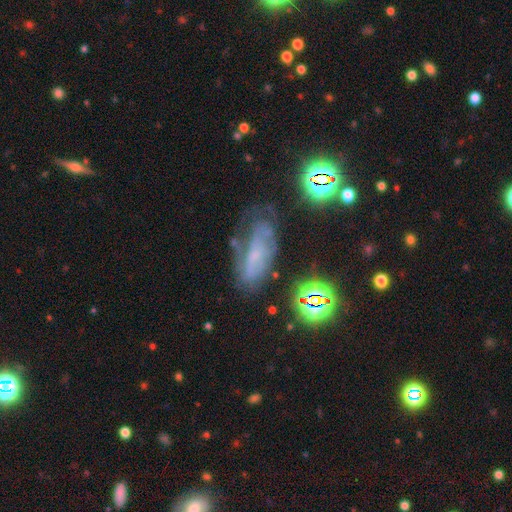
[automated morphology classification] smooth-or-featured: featured or disk: 50% | smooth: 29% | star or artifact: 21%
  disk-edge-on: no: 87% | yes: 13%
  merging: none: 48% | minor disturbance: 28% | major disturbance: 19% | merger: 5%